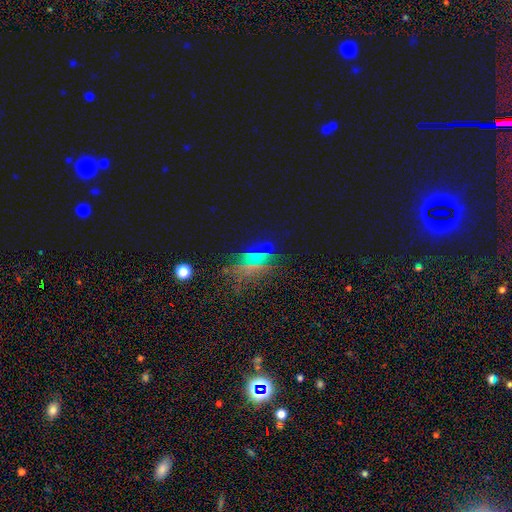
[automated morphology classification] This appears to be a star or artifact, not a galaxy (51%).